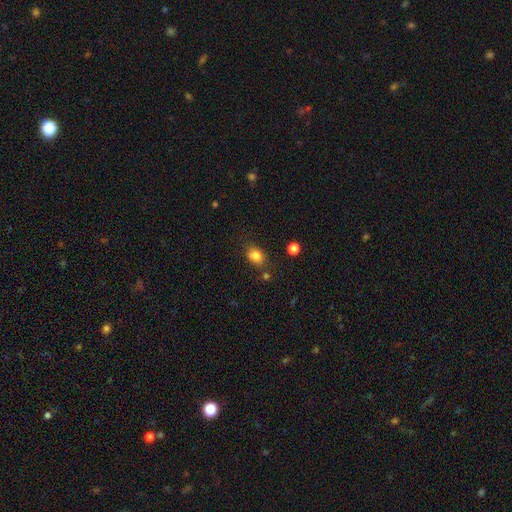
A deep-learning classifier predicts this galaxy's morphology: This appears to be a smooth galaxy with no disk features (82%) that is in between round and cigar-shaped (65%). Merging: none (75%).